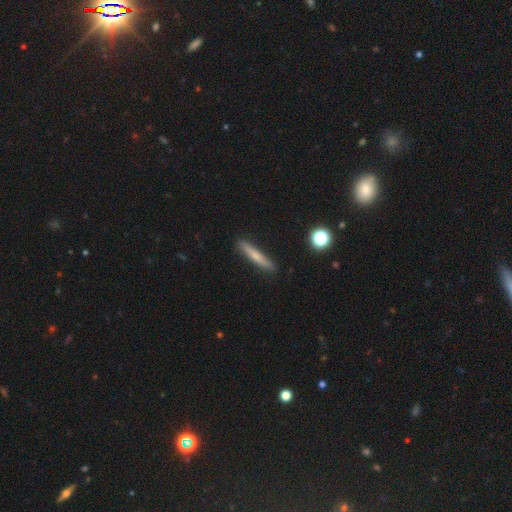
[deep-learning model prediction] Q: Smooth or featured?
A: smooth (61%); runner-up: featured or disk (32%)
Q: How rounded?
A: cigar-shaped (93%); runner-up: in between (5%)
Q: Merging?
A: none (89%); runner-up: minor disturbance (8%)